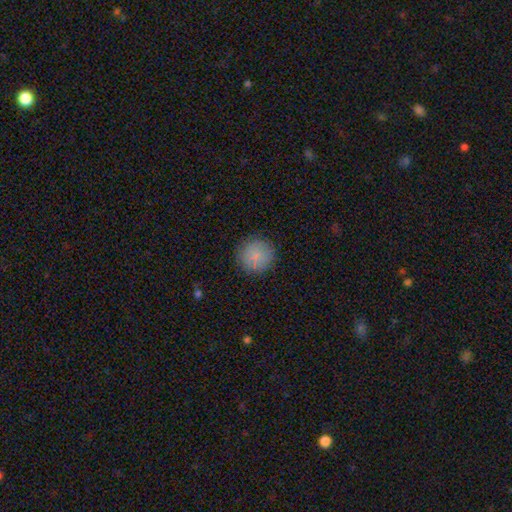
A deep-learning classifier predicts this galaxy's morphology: This is clearly a smooth galaxy (82%). How rounded: clearly round (94%). Merging: clearly none (88%).